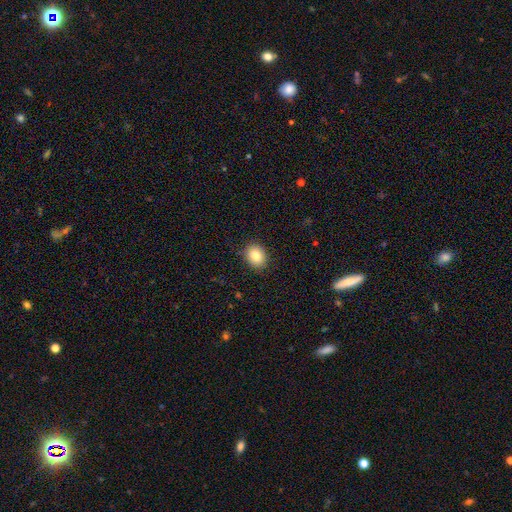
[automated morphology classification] type=smooth (83%); roundness=round (53%); merging=none (88%).